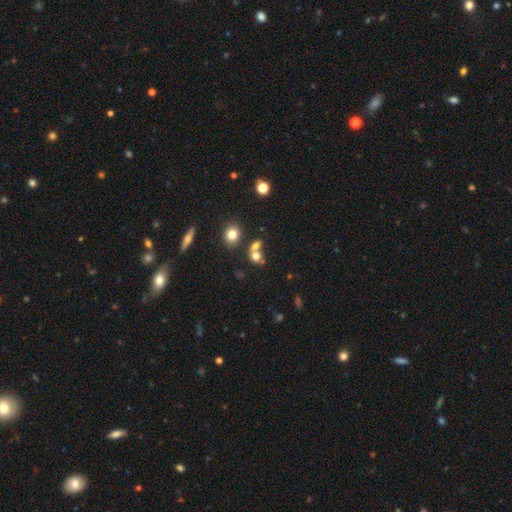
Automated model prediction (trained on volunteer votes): A smooth galaxy with no disk features (71%) that is round (61%). Merging: merger (51%).